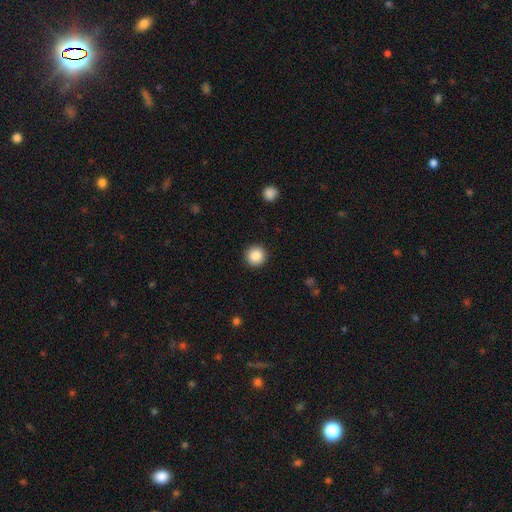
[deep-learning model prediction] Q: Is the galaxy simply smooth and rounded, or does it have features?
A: smooth — 87%.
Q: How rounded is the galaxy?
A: round — 96%.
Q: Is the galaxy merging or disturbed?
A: none — 92%.